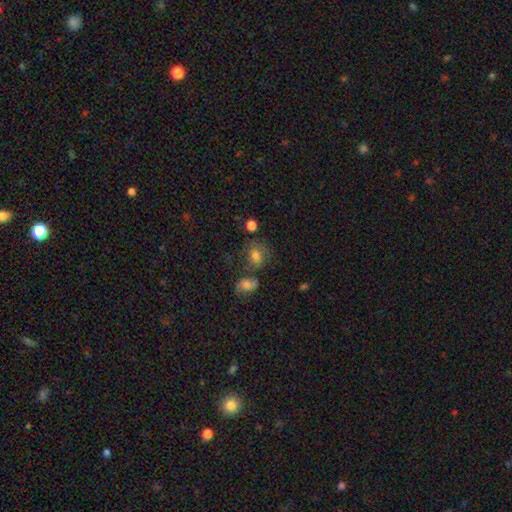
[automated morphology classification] Smooth or featured? smooth (66%)
How rounded? round (52%)
Merging? none (54%)